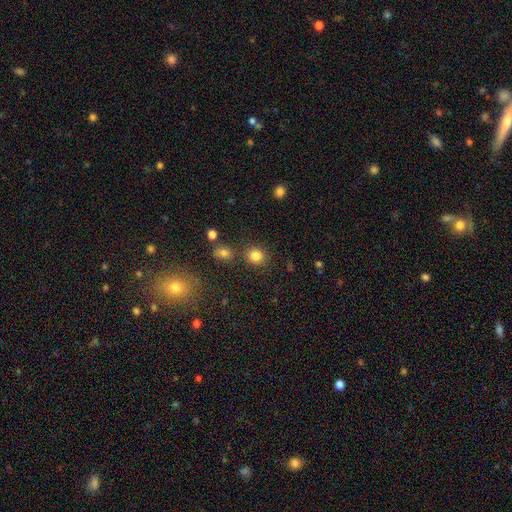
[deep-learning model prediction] This is clearly a smooth galaxy (82%). How rounded: likely round (80%). Merging: likely none (80%).